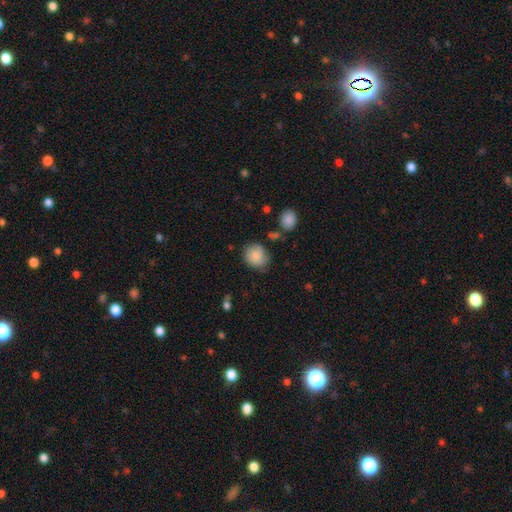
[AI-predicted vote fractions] This is clearly a smooth galaxy (83%). How rounded: likely round (74%). Merging: likely none (67%).